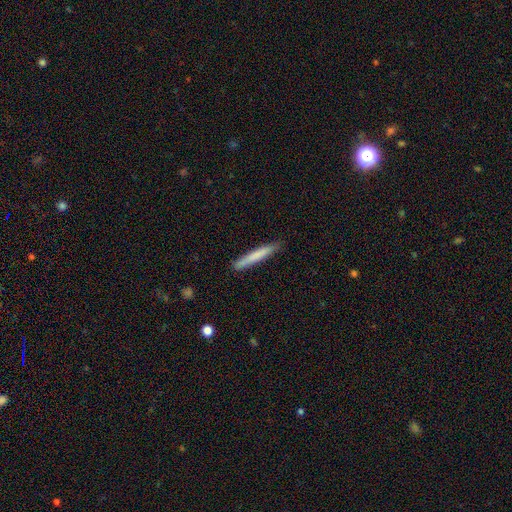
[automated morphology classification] Q: Smooth or featured?
A: smooth (72%); runner-up: featured or disk (22%)
Q: How rounded?
A: cigar-shaped (96%); runner-up: in between (3%)
Q: Merging?
A: none (87%); runner-up: minor disturbance (10%)